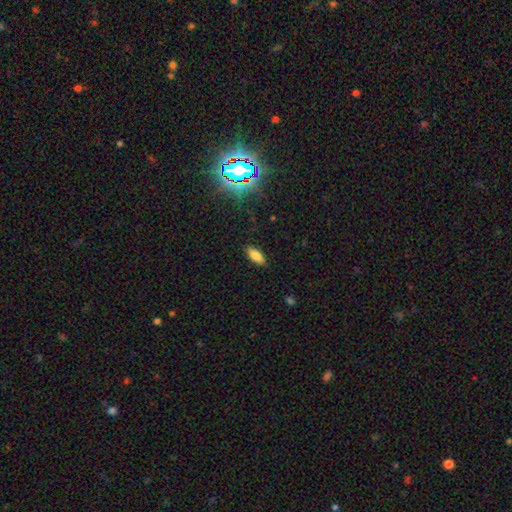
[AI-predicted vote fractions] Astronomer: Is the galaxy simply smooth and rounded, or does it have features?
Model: smooth — 77%.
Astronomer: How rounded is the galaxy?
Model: in between — 80%.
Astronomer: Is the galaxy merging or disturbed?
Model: none — 88%.